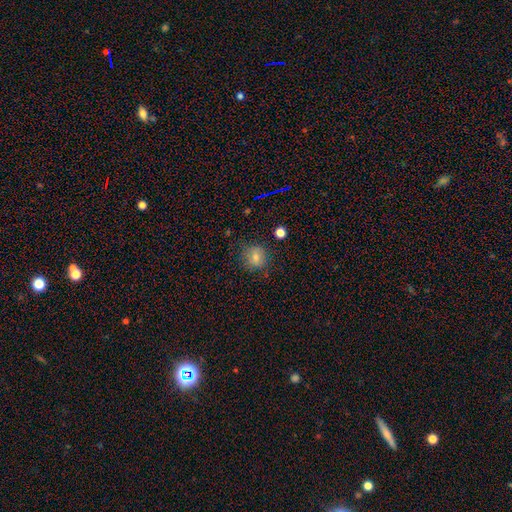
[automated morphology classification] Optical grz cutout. It shows a smooth galaxy with no disk features (62%) that is round (84%). Merging: none (80%).